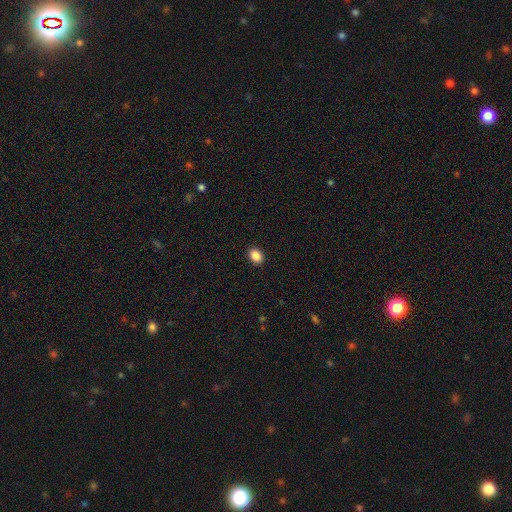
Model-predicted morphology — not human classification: type=smooth (88%); roundness=in between (62%); merging=none (91%).